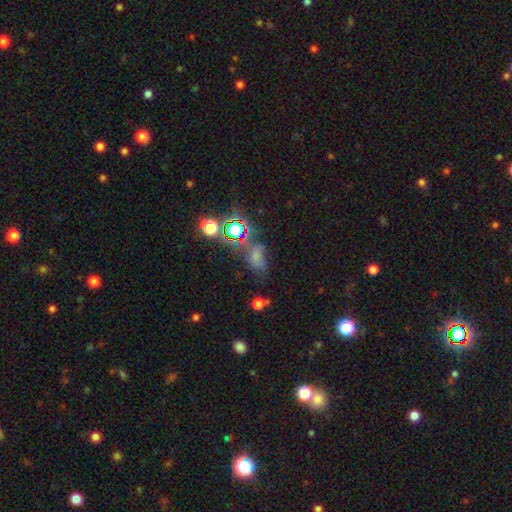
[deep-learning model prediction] Smooth or featured: smooth — 51% (star or artifact — 33%)
How rounded: in between — 74% (round — 22%)
Merging: none — 44% (minor disturbance — 25%)